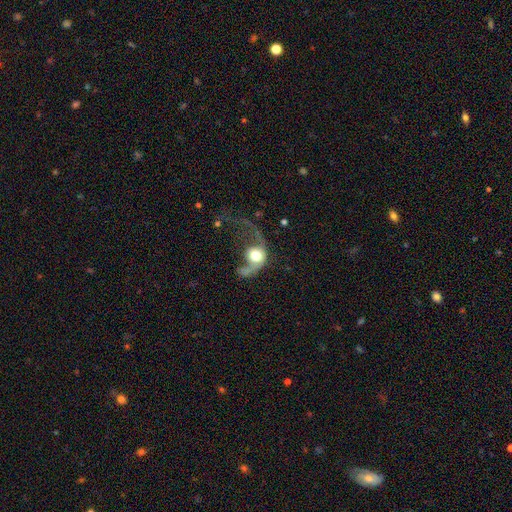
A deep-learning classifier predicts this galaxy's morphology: smooth-or-featured: smooth: 46% | featured or disk: 45% | star or artifact: 9%
  merging: major disturbance: 66% | none: 14% | minor disturbance: 11% | merger: 10%